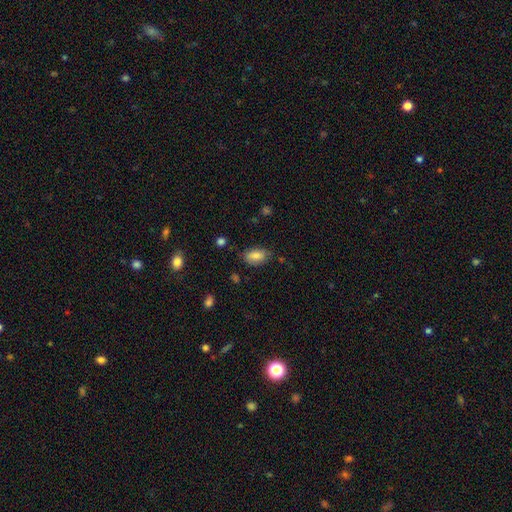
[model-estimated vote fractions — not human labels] A smooth galaxy with no disk features (81%) that is in between round and cigar-shaped (91%). Merging: none (74%).